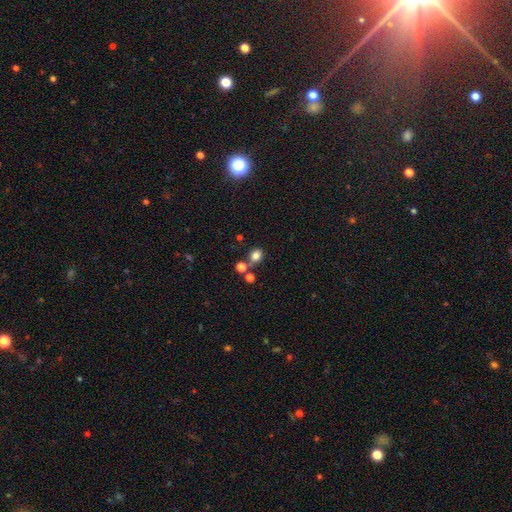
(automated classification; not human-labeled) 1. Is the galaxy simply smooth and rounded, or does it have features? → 80% smooth, 14% star or artifact, 6% featured or disk.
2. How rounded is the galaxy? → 66% round, 33% in between, 1% cigar-shaped.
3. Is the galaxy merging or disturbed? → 65% none, 19% merger, 11% minor disturbance, 4% major disturbance.